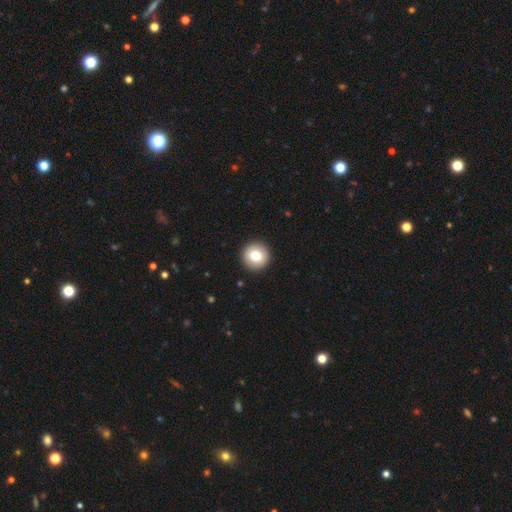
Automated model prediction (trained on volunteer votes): A smooth galaxy with no disk features (79%) that is round (96%).

Vote fractions:
- Smooth or featured? smooth: 79% / featured or disk: 13% / star or artifact: 8%
- How rounded? round: 96% / in between: 3% / cigar-shaped: 1%
- Merging? none: 93% / minor disturbance: 4% / major disturbance: 1% / merger: 1%